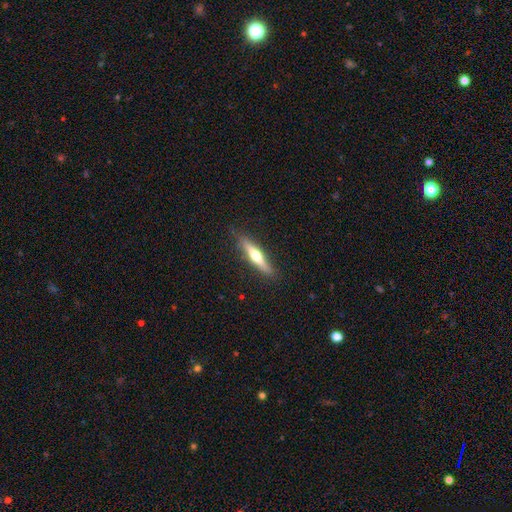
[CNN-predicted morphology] This appears to be a featured or disk galaxy (53%) viewed edge-on (95%) with a rounded central bulge (89%). Merging: none (87%).